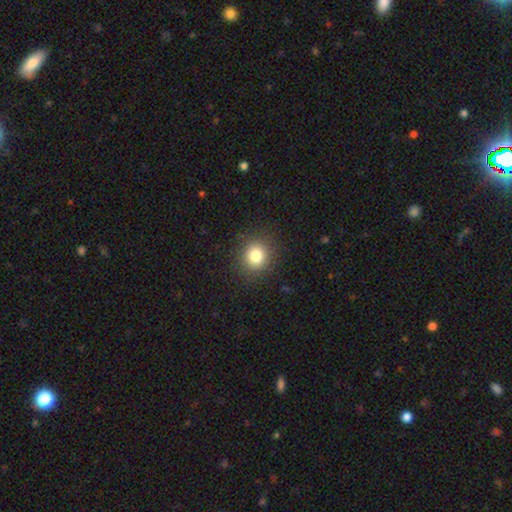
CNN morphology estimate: A smooth galaxy with no disk features (81%) that is round (85%).

Vote fractions:
- Smooth or featured? smooth: 81% / star or artifact: 12% / featured or disk: 7%
- How rounded? round: 85% / in between: 14% / cigar-shaped: 1%
- Merging? none: 89% / minor disturbance: 7% / major disturbance: 3% / merger: 1%